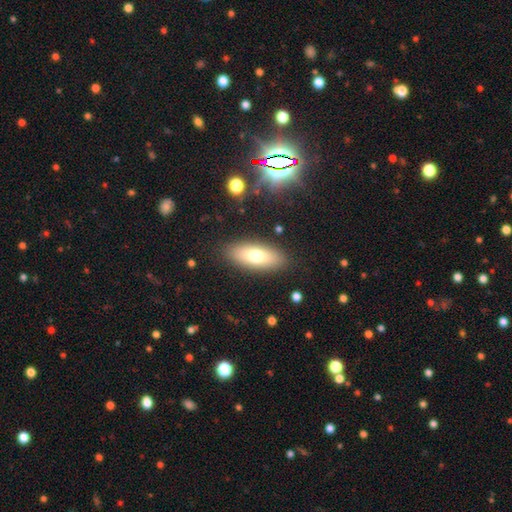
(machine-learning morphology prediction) smooth_or_featured: smooth (p=0.73) [alt: featured or disk p=0.19]
how_rounded: in between (p=0.77) [alt: cigar-shaped p=0.21]
merging: none (p=0.87) [alt: minor disturbance p=0.09]